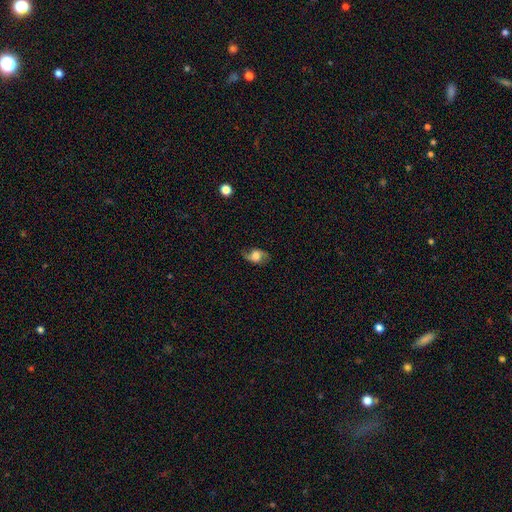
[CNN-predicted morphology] A featured or disk galaxy (49%). Merging: none (73%).